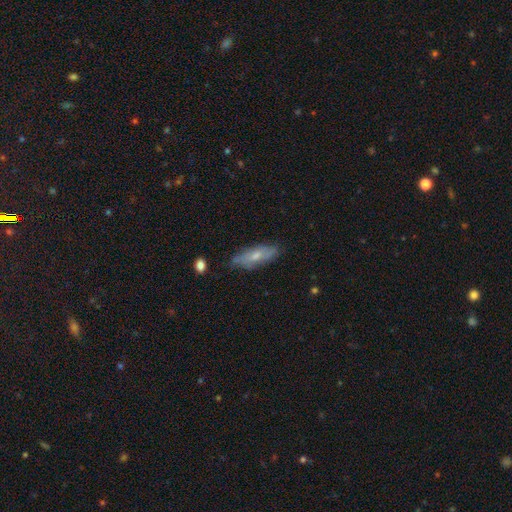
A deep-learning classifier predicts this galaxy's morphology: smooth 53%, featured or disk 40%, star or artifact 7%. Down the decision tree: how rounded — in between (59%); merging — none (73%).